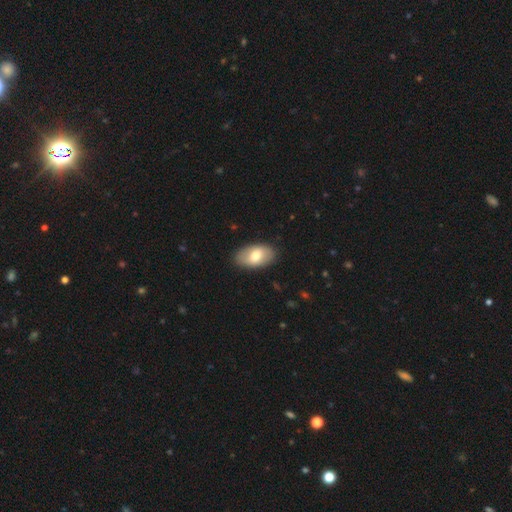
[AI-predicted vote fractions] Morphology: type=smooth (69%); roundness=in between (94%); merging=none (86%).